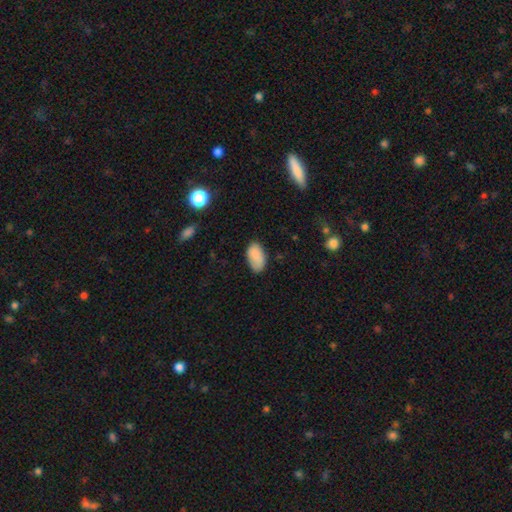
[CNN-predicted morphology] A smooth galaxy with no disk features (87%) that is in between round and cigar-shaped (94%).

Vote fractions:
- Smooth or featured? smooth: 87% / star or artifact: 8% / featured or disk: 6%
- How rounded? in between: 94% / round: 4% / cigar-shaped: 2%
- Merging? none: 74% / minor disturbance: 20% / major disturbance: 4% / merger: 2%